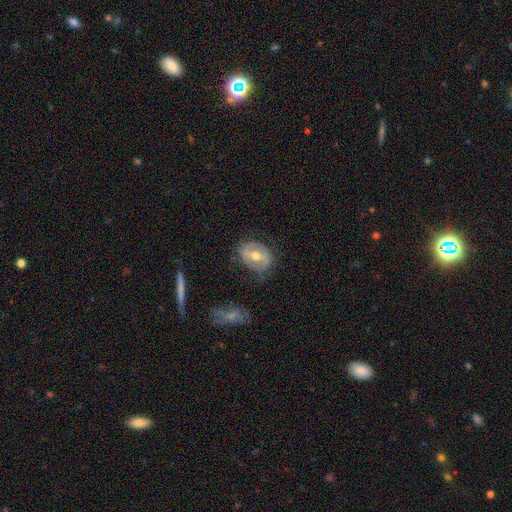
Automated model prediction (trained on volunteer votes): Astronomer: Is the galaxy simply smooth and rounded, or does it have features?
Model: featured or disk — 55% (runner-up: smooth, 38%).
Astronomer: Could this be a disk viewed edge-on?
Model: no — 92%.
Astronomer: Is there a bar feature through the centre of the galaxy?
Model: strong — 41% (runner-up: weak, 36%).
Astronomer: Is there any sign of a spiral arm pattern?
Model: no — 59% (runner-up: yes, 41%).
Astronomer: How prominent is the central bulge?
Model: moderate — 76%.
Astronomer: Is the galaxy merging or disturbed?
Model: none — 71%.